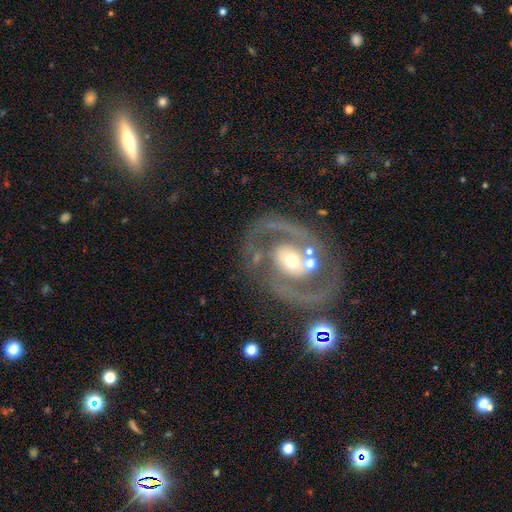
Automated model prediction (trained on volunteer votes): This is clearly a featured or disk galaxy (90%). It is clearly not viewed edge-on (97%). Bar: possibly no (49%). Spiral arm pattern: clearly yes (94%). Spiral arm count: clearly 2 (90%). Spiral winding: possibly medium (52%). Central bulge: possibly moderate (56%). Merging: likely none (72%).